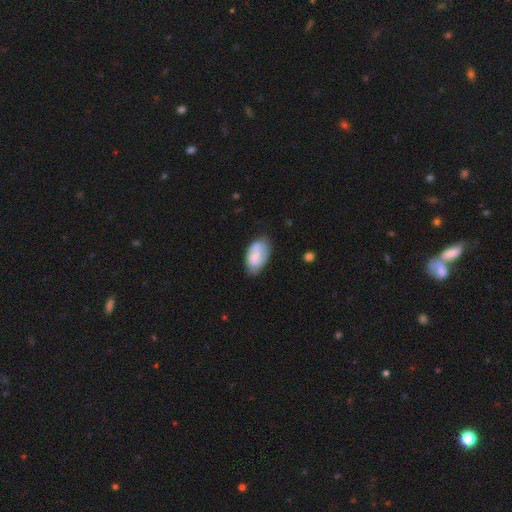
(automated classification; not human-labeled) smooth-or-featured: featured or disk: 52% | smooth: 42% | star or artifact: 6%
  disk-edge-on: no: 96% | yes: 4%
  merging: none: 69% | minor disturbance: 23% | major disturbance: 6% | merger: 2%